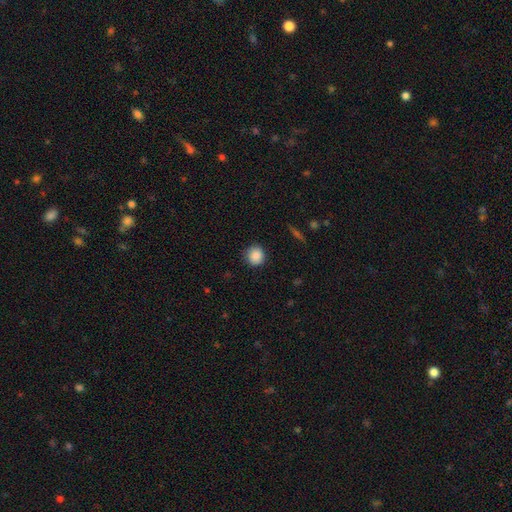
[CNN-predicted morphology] Smooth or featured?
  - smooth: 88% *
  - star or artifact: 9%
  - featured or disk: 4%
How rounded?
  - round: 91% *
  - in between: 8%
  - cigar-shaped: 1%
Merging?
  - none: 86% *
  - minor disturbance: 10%
  - major disturbance: 3%
  - merger: 1%